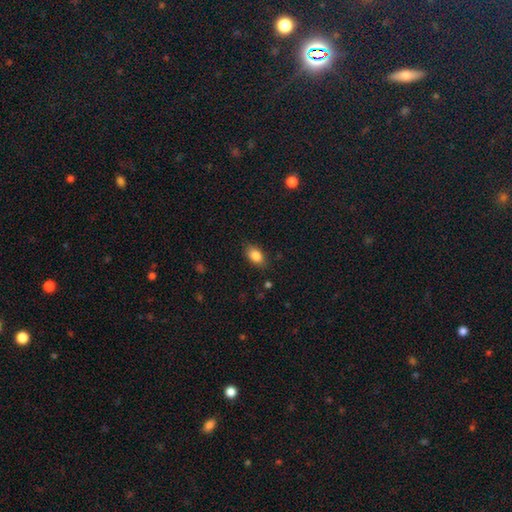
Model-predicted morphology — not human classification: Smooth or featured? smooth (84%)
How rounded? in between (86%)
Merging? none (84%)